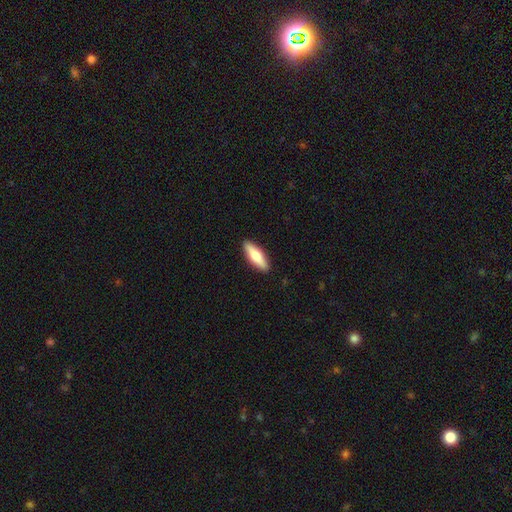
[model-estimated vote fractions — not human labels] Smooth or featured? Predicted: smooth (p=0.65). How rounded? Predicted: cigar-shaped (p=0.55). Merging? Predicted: none (p=0.91).